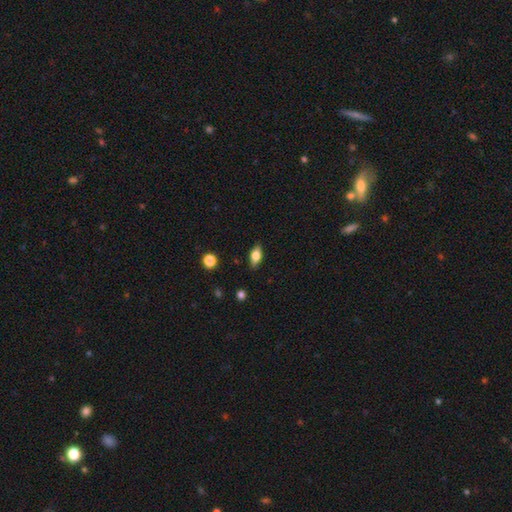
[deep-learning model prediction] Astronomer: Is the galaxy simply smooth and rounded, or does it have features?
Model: smooth — 71%.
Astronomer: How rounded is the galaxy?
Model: in between — 83%.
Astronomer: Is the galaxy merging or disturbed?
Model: none — 86%.